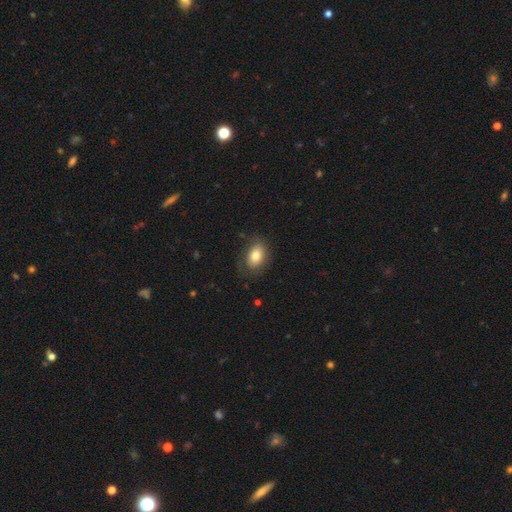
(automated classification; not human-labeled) A smooth galaxy with no disk features (79%) that is in between round and cigar-shaped (82%). Merging: none (77%).